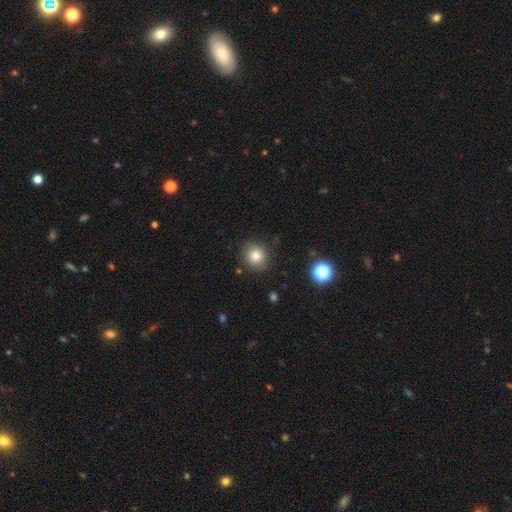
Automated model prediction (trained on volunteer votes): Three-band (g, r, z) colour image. It shows a smooth galaxy with no disk features (81%) that is round (89%). Merging: none (86%).